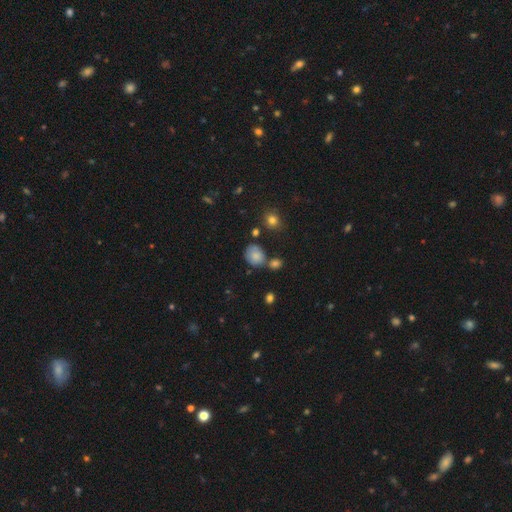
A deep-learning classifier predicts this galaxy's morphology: Q: Smooth or featured?
A: smooth (78%); runner-up: star or artifact (11%)
Q: How rounded?
A: round (70%); runner-up: in between (29%)
Q: Merging?
A: none (58%); runner-up: minor disturbance (19%)